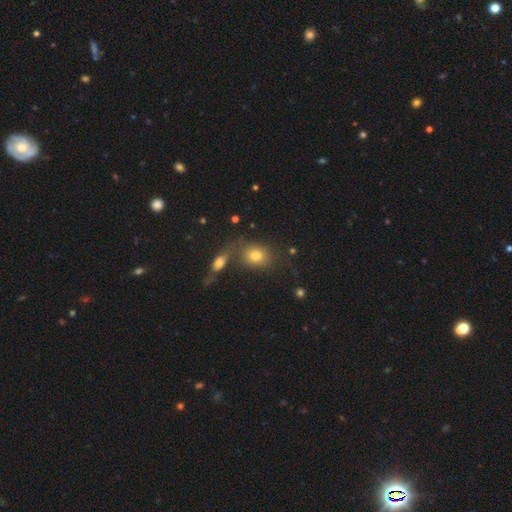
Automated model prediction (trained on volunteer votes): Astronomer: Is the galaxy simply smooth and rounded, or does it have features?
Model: smooth — 76%.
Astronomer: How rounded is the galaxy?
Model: round — 53% (runner-up: in between, 45%).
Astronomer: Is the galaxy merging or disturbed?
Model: none — 63%.